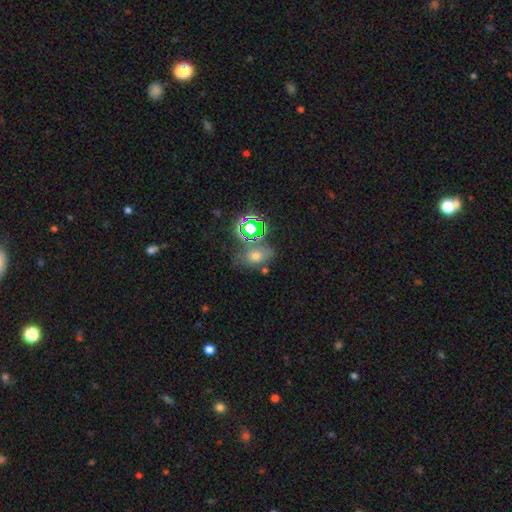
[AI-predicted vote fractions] This is possibly a smooth galaxy (51%). How rounded: likely in between (68%). Merging: likely none (62%).